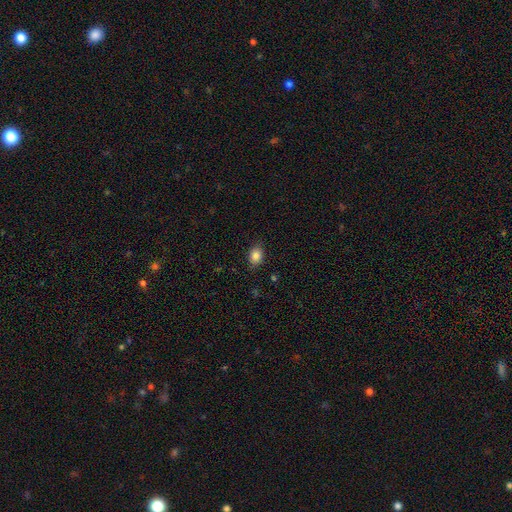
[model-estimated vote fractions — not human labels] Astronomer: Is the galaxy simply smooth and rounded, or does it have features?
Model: smooth — 85%.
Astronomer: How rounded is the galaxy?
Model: in between — 69%.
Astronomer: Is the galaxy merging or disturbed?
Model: none — 84%.